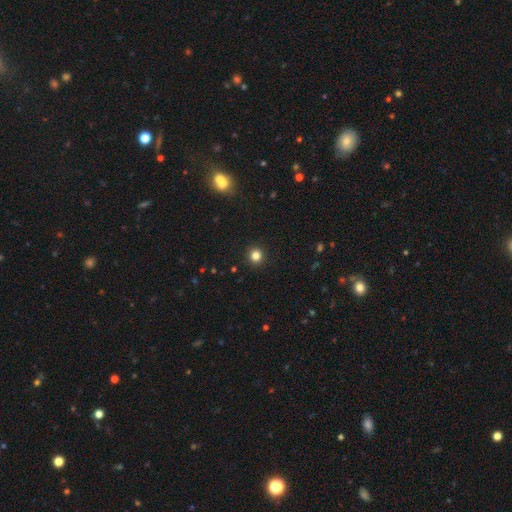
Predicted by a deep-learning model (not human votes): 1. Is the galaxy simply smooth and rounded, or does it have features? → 82% smooth, 13% star or artifact, 5% featured or disk.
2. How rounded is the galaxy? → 93% round, 7% in between, 1% cigar-shaped.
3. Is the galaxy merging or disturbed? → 93% none, 4% minor disturbance, 2% major disturbance, 1% merger.